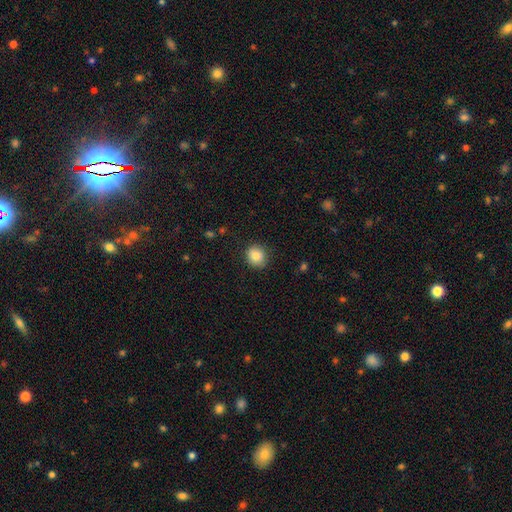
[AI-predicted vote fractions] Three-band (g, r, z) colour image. It shows a smooth galaxy with no disk features (85%) that is round (76%). Merging: none (84%).